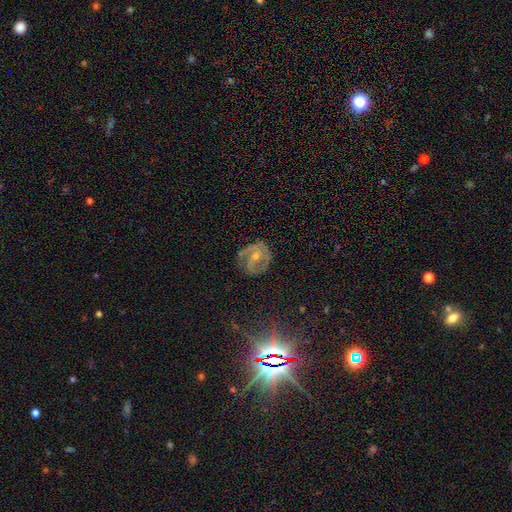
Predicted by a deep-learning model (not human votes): The model was most divided on "bar" (2-way tie): weak: 41%, no: 41%, strong: 18%. Remaining: edge-on disk — no (97%); spiral arms — yes (89%); smooth or featured — featured or disk (78%); merging — none (66%); spiral arm count — 2 (65%); bulge size — small (53%); spiral winding — medium (44%).